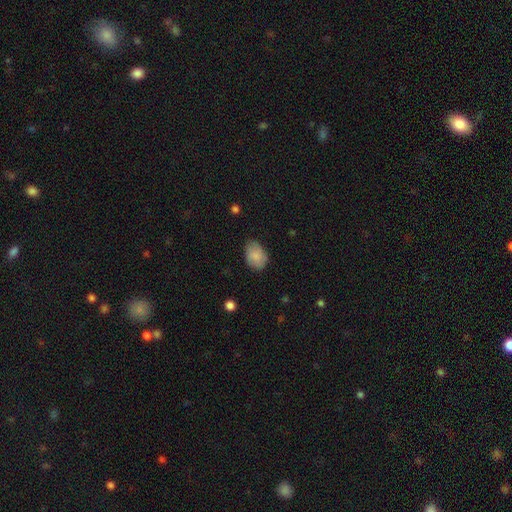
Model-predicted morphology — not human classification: smooth-or-featured: smooth: 81% | featured or disk: 12% | star or artifact: 7%
  how-rounded: in between: 80% | round: 19% | cigar-shaped: 1%
  merging: none: 69% | minor disturbance: 25% | major disturbance: 5% | merger: 1%